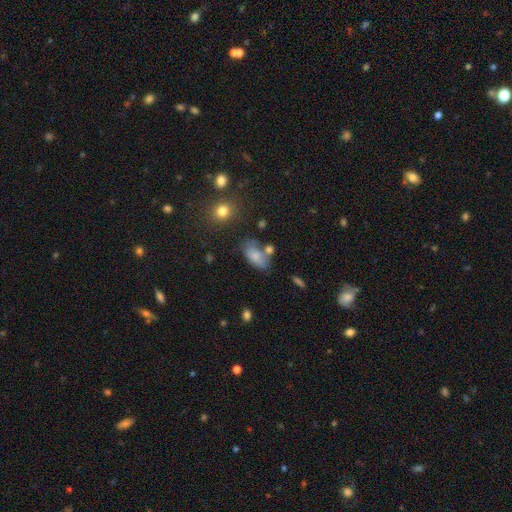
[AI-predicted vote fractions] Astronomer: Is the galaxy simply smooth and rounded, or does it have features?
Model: smooth — 74%.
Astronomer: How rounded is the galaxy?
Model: in between — 90%.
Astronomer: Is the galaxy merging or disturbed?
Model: none — 50%.